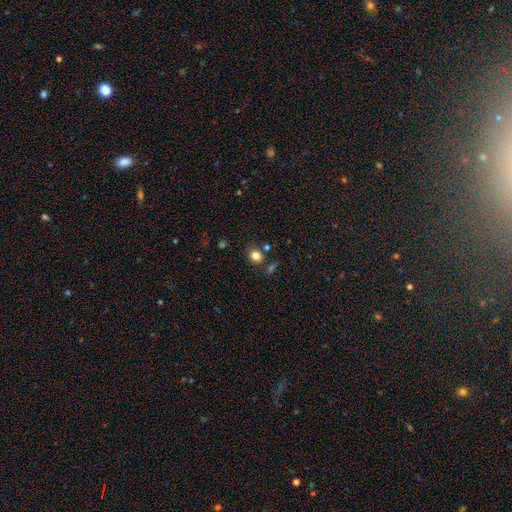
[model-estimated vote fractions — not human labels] Smooth or featured? Predicted: smooth (p=0.80). How rounded? Predicted: round (p=0.70). Merging? Predicted: none (p=0.73).